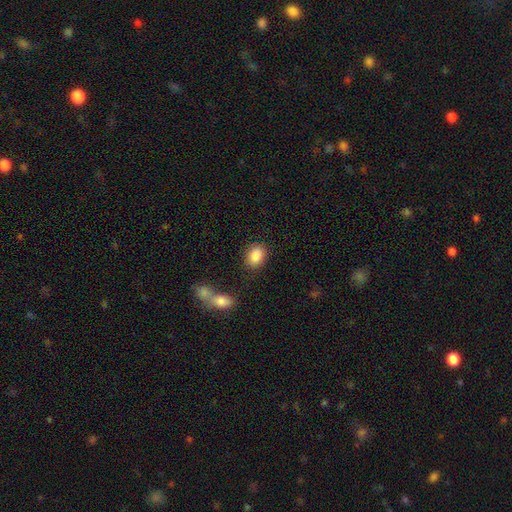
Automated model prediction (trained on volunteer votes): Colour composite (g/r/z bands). It shows a smooth galaxy with no disk features (88%) that is in between round and cigar-shaped (76%). Merging: none (80%).